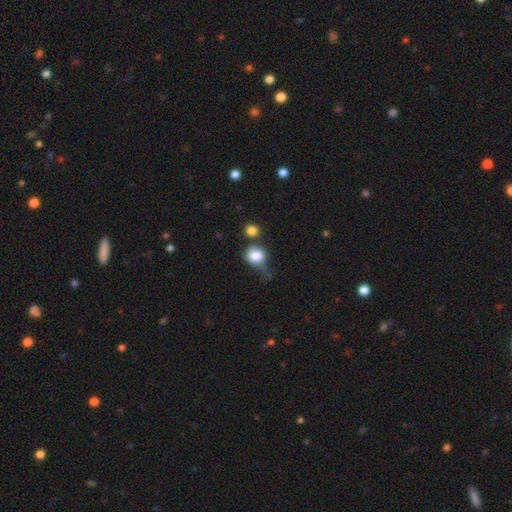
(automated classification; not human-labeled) smooth_or_featured: smooth (p=0.77) [alt: featured or disk p=0.13]
how_rounded: round (p=0.73) [alt: in between p=0.25]
merging: none (p=0.35) [alt: minor disturbance p=0.24]